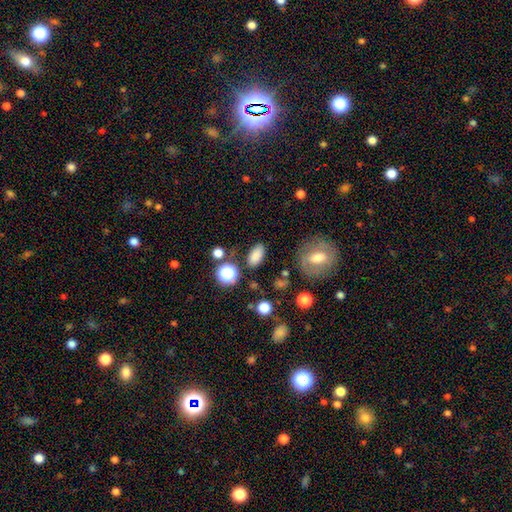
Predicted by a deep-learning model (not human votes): Overall: smooth (81%). How rounded: in between (89%). Merging: none (81%).